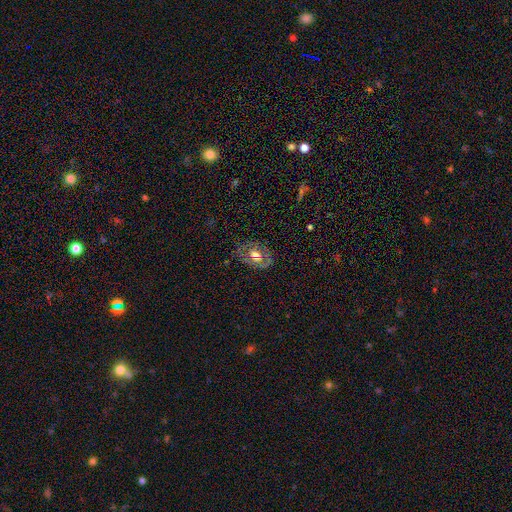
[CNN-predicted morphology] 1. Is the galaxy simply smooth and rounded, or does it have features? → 49% featured or disk, 35% smooth, 16% star or artifact.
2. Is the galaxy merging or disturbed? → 73% none, 17% minor disturbance, 7% major disturbance, 2% merger.